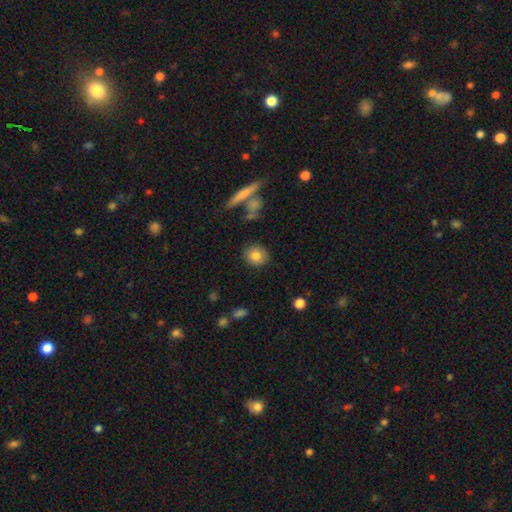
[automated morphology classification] smooth-or-featured: smooth: 82% | featured or disk: 10% | star or artifact: 9%
  how-rounded: round: 81% | in between: 18% | cigar-shaped: 2%
  merging: none: 87% | minor disturbance: 8% | merger: 3% | major disturbance: 3%